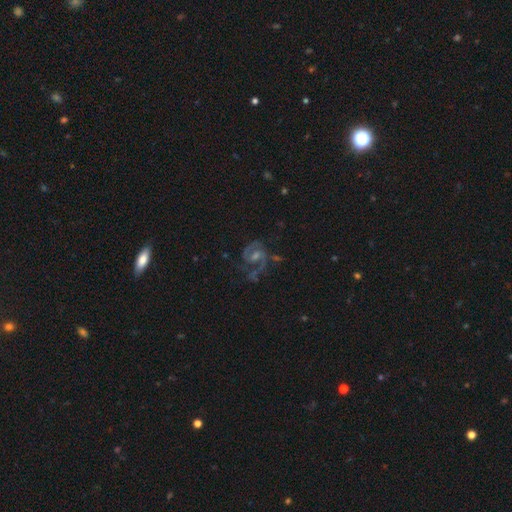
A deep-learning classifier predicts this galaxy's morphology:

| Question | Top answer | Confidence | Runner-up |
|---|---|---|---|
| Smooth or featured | featured or disk | 85% | star or artifact (9%) |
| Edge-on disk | no | 98% | yes (2%) |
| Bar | weak | 48% | no (36%) |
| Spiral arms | yes | 97% | no (3%) |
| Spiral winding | medium | 59% | tight (26%) |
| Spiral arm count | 2 | 88% | can't tell (4%) |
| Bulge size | moderate | 44% | small (43%) |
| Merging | none | 67% | minor disturbance (16%) |